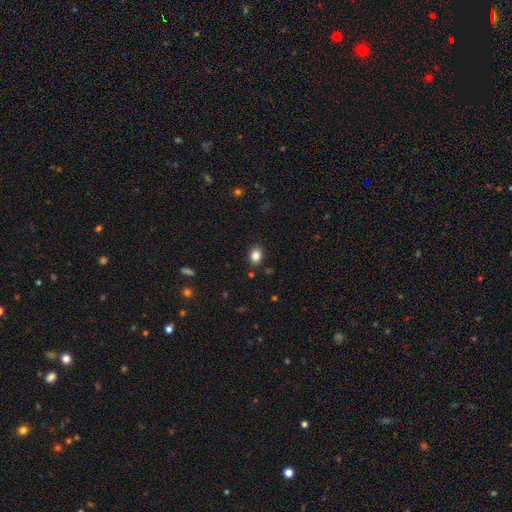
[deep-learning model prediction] Overall: smooth (85%). How rounded: in between (63%; round 36%). Merging: none (86%).